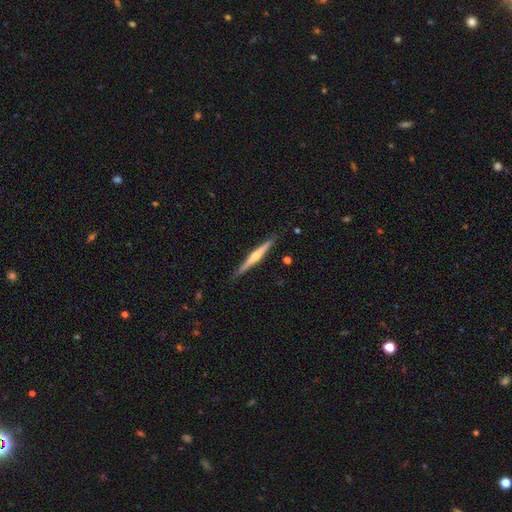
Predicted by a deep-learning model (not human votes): Smooth or featured? featured or disk (70%)
Edge-on disk? yes (98%)
Edge-on bulge? rounded (82%)
Merging? none (89%)